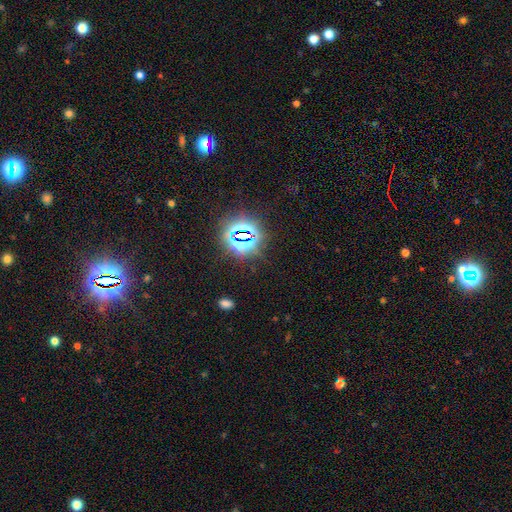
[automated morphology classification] This appears to be a star or artifact, not a galaxy (81%).